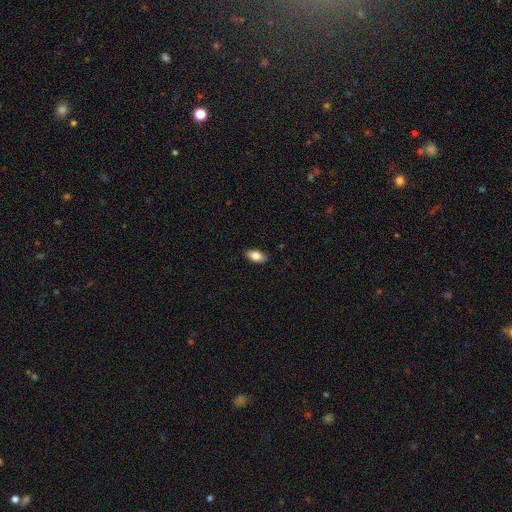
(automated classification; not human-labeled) Overall: smooth (83%). How rounded: in between (91%). Merging: none (87%).